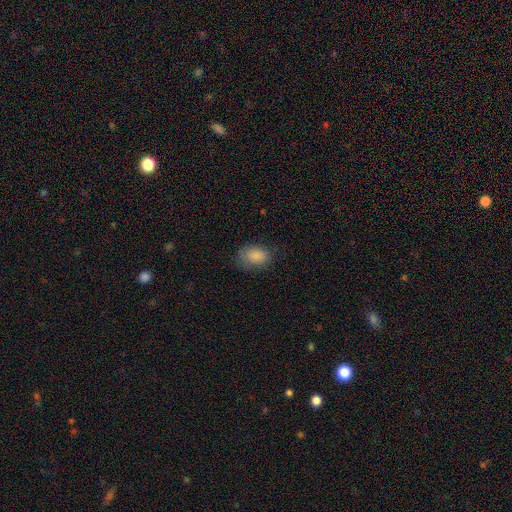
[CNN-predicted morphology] A smooth galaxy with no disk features (86%) that is in between round and cigar-shaped (79%). Merging: none (71%).